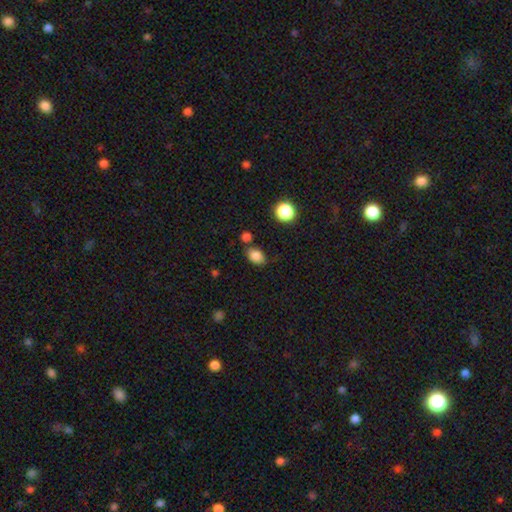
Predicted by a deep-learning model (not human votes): This is clearly a smooth galaxy (84%). How rounded: likely in between (77%). Merging: likely none (70%).